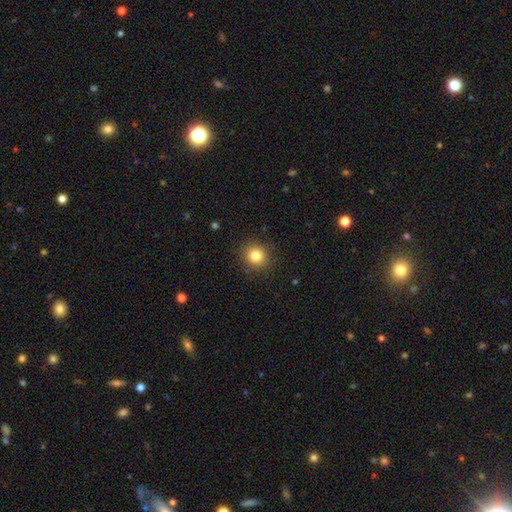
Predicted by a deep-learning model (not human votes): This is clearly a smooth galaxy (82%). How rounded: clearly round (90%). Merging: clearly none (89%).